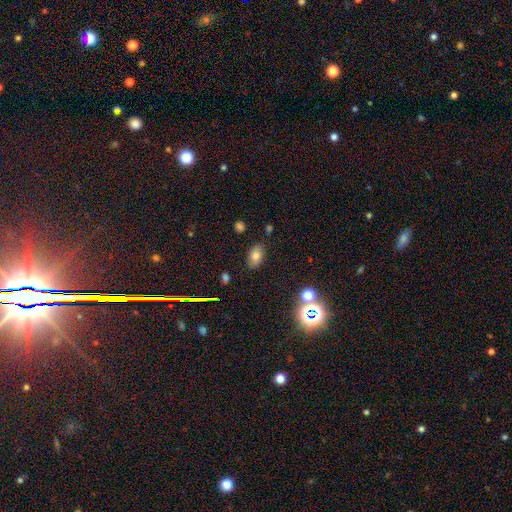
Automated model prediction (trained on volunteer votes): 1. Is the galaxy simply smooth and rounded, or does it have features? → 74% smooth, 14% star or artifact, 13% featured or disk.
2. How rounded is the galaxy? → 90% in between, 8% round, 2% cigar-shaped.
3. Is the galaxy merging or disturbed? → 84% none, 11% minor disturbance, 3% major disturbance, 3% merger.